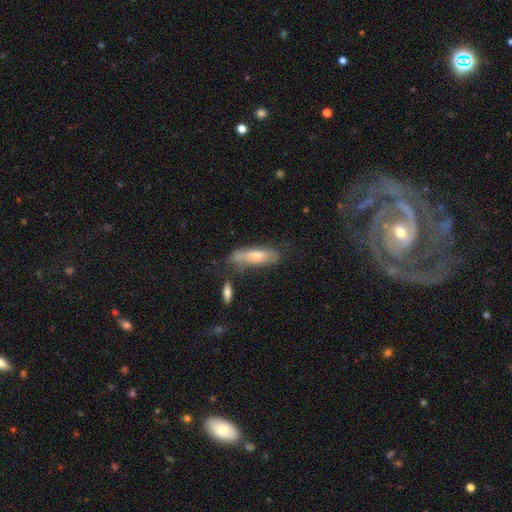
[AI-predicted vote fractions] Smooth or featured? smooth (57%)
How rounded? cigar-shaped (57%)
Merging? none (57%)